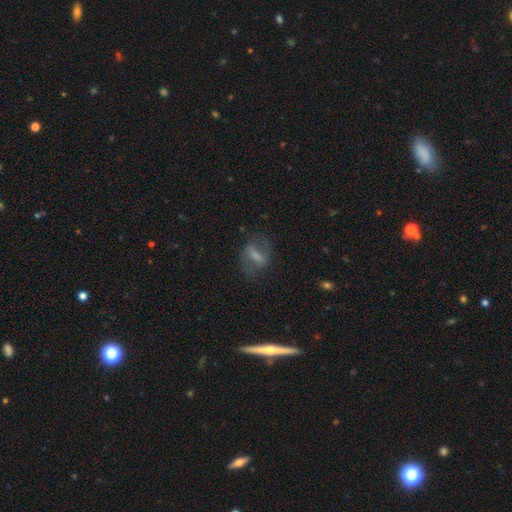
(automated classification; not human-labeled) Smooth or featured: featured or disk — 46% (smooth — 43%)
Merging: none — 66% (minor disturbance — 18%)